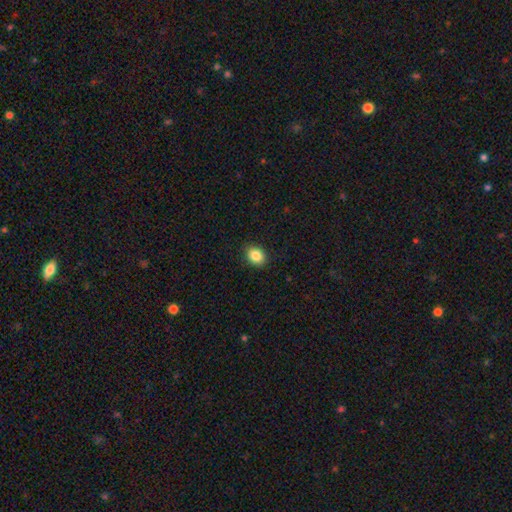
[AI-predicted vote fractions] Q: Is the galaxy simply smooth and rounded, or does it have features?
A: smooth — 86%.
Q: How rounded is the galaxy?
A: in between — 51%.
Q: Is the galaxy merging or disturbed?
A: none — 90%.